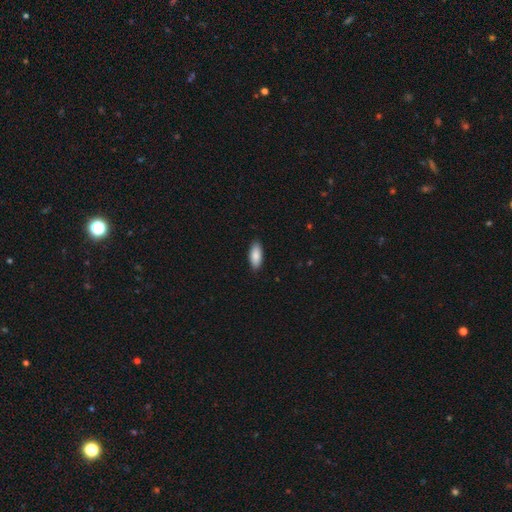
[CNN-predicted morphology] A smooth galaxy with no disk features (87%) that is in between round and cigar-shaped (83%).

Vote fractions:
- Smooth or featured? smooth: 87% / featured or disk: 7% / star or artifact: 6%
- How rounded? in between: 83% / cigar-shaped: 16% / round: 2%
- Merging? none: 89% / minor disturbance: 9% / major disturbance: 2% / merger: 1%